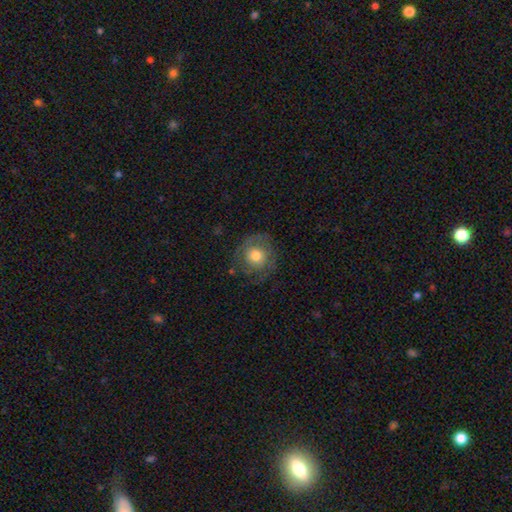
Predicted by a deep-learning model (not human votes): Smooth or featured? smooth (46%, tied with featured or disk)
Merging? none (69%)